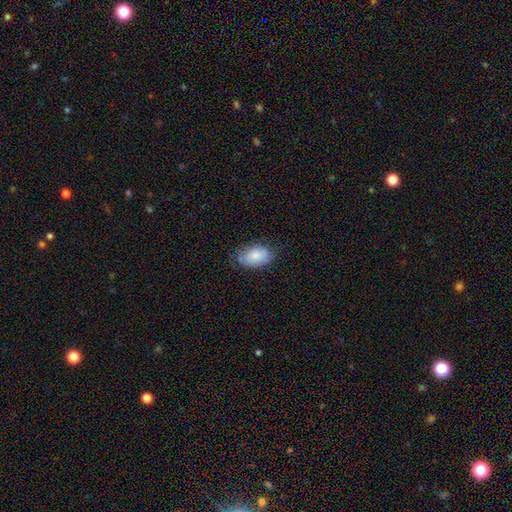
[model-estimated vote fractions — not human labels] This is likely a smooth galaxy (80%). How rounded: clearly in between (91%). Merging: likely none (68%).